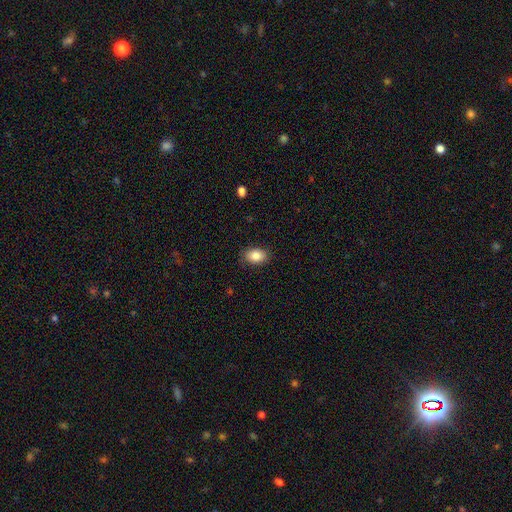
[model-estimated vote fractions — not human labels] Morphology: type=smooth (85%); roundness=in between (80%); merging=none (85%).